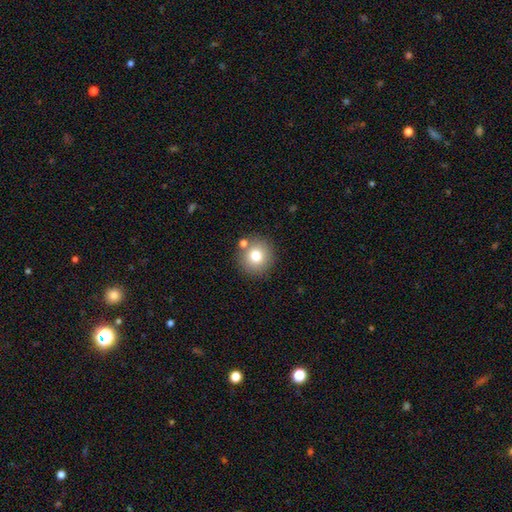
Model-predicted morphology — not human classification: Smooth or featured: smooth — 77% (featured or disk — 11%)
How rounded: round — 91% (in between — 8%)
Merging: none — 80% (merger — 9%)